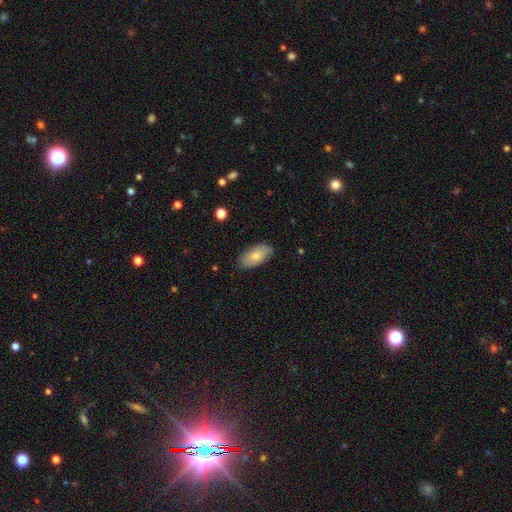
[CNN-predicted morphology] A smooth galaxy with no disk features (76%) that is in between round and cigar-shaped (93%). Merging: none (84%).